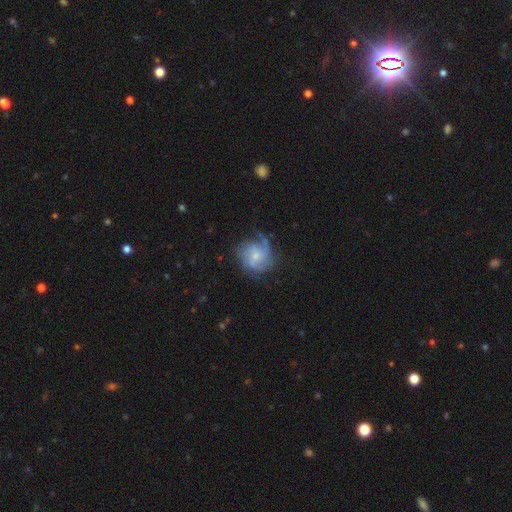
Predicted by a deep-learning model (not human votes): This is likely a featured or disk galaxy (70%). It is clearly not viewed edge-on (98%). Bar: likely no (66%). Spiral arm pattern: clearly yes (90%). Spiral arm count: marginally can't tell (26%). Spiral winding: marginally medium (41%). Central bulge: likely small (68%). Merging: possibly none (55%).